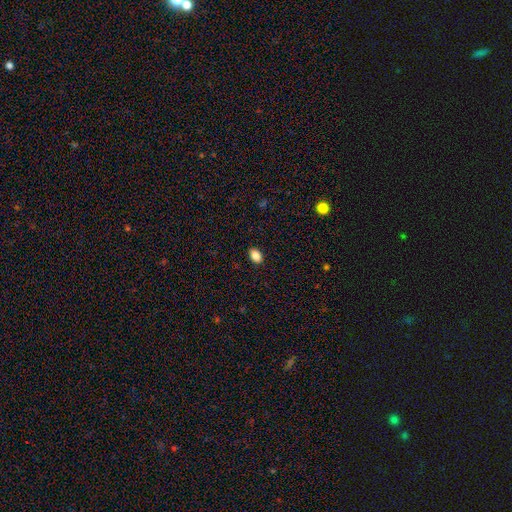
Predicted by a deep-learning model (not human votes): This is clearly a smooth galaxy (87%). How rounded: clearly in between (84%). Merging: clearly none (89%).